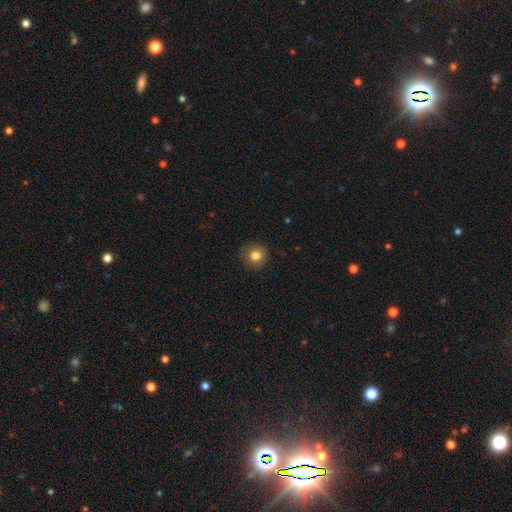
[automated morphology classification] The model was most divided on "smooth or featured": smooth: 81%, star or artifact: 10%, featured or disk: 9%. More confident: how rounded — round (92%); merging — none (87%).